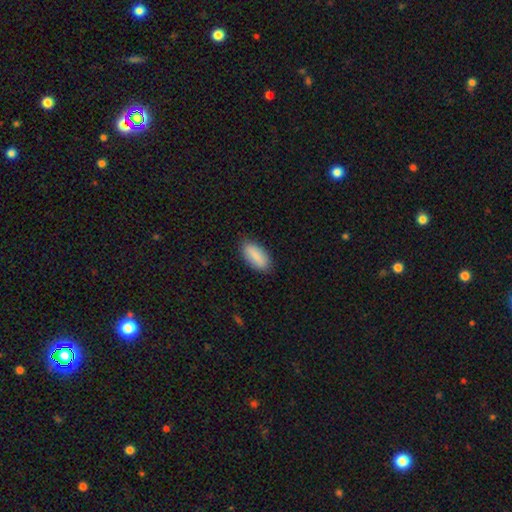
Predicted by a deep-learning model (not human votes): Q: Smooth or featured?
A: smooth (87%); runner-up: featured or disk (7%)
Q: How rounded?
A: in between (86%); runner-up: cigar-shaped (12%)
Q: Merging?
A: none (85%); runner-up: minor disturbance (12%)